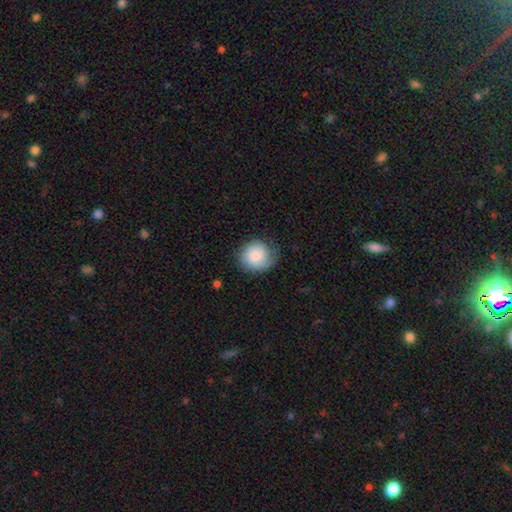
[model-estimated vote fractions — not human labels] Smooth or featured?
  - smooth: 75% *
  - featured or disk: 18%
  - star or artifact: 7%
How rounded?
  - round: 81% *
  - in between: 18%
  - cigar-shaped: 1%
Merging?
  - none: 60% *
  - minor disturbance: 27%
  - major disturbance: 11%
  - merger: 1%